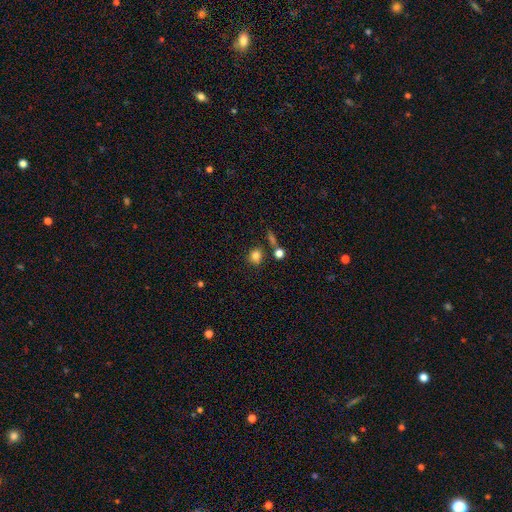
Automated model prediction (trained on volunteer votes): The model was most divided on "how rounded": round: 76%, in between: 22%, cigar-shaped: 1%. More confident: smooth or featured — smooth (82%); merging — none (74%).